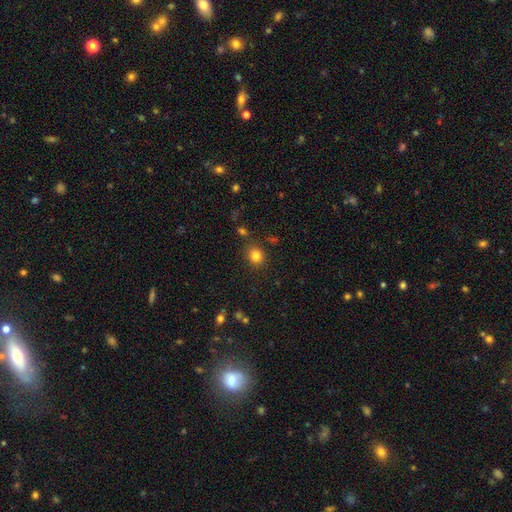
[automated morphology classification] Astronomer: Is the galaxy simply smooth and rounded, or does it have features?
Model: smooth — 82%.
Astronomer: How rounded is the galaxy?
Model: round — 78%.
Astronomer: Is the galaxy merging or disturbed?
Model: none — 84%.